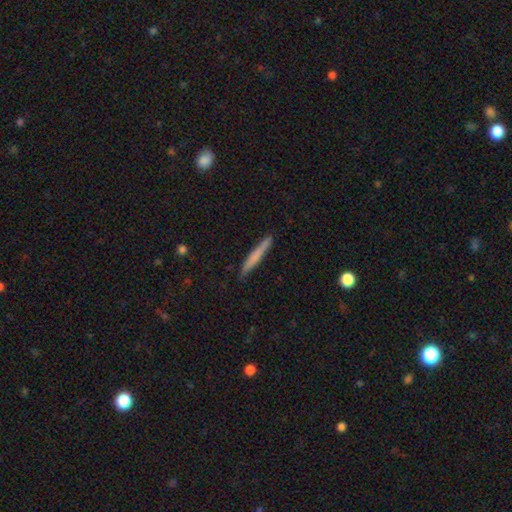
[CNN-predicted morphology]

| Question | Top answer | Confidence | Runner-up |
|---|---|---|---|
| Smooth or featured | smooth | 64% | featured or disk (30%) |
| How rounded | cigar-shaped | 96% | in between (3%) |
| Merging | none | 88% | minor disturbance (9%) |